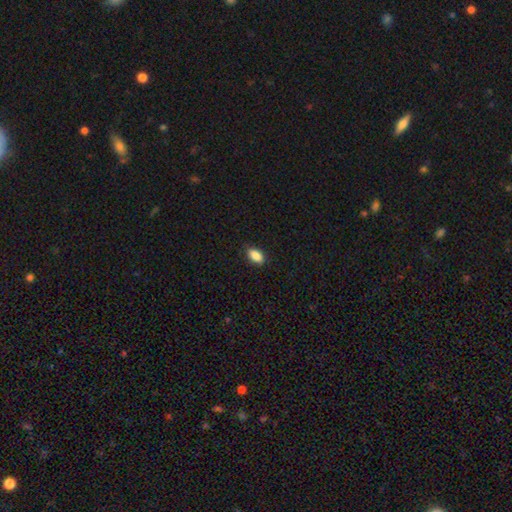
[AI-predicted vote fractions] A smooth galaxy with no disk features (89%) that is in between round and cigar-shaped (91%). Merging: none (85%).